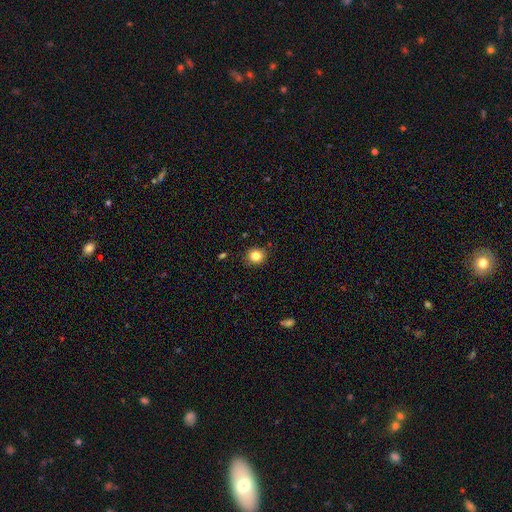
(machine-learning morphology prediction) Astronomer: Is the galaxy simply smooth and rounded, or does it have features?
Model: smooth — 83%.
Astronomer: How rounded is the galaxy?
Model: round — 85%.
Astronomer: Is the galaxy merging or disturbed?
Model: none — 89%.